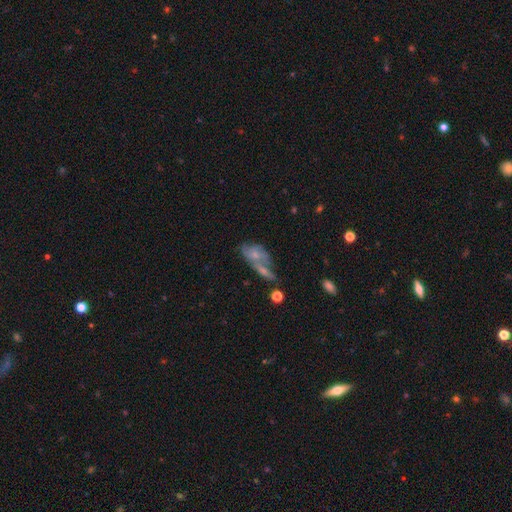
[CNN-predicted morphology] Smooth or featured?
  - smooth: 47% *
  - featured or disk: 43%
  - star or artifact: 10%
Merging?
  - merger: 47% *
  - none: 27%
  - minor disturbance: 15%
  - major disturbance: 12%